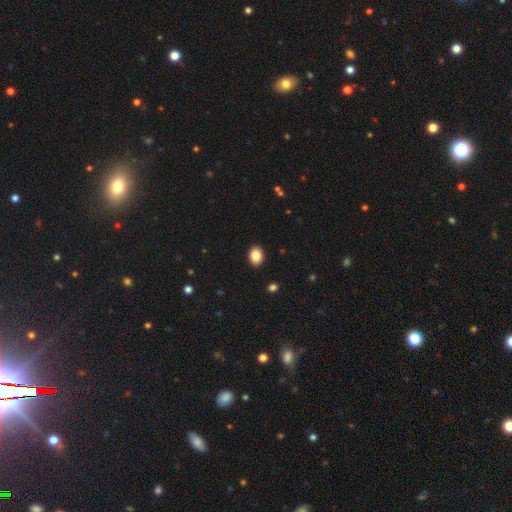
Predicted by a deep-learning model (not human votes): Smooth or featured? Predicted: smooth (p=0.85). How rounded? Predicted: in between (p=0.66). Merging? Predicted: none (p=0.91).